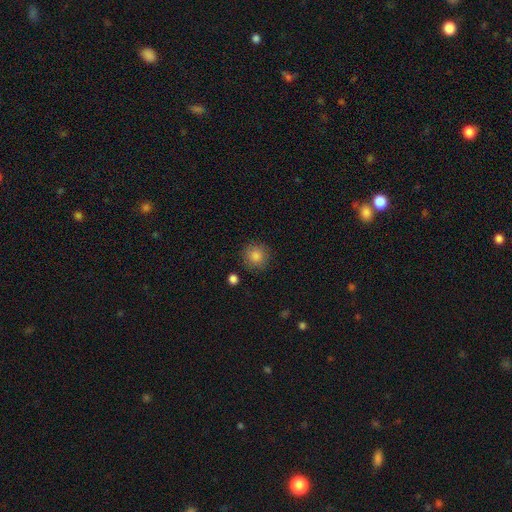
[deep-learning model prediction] Smooth or featured? smooth (85%)
How rounded? round (93%)
Merging? none (88%)